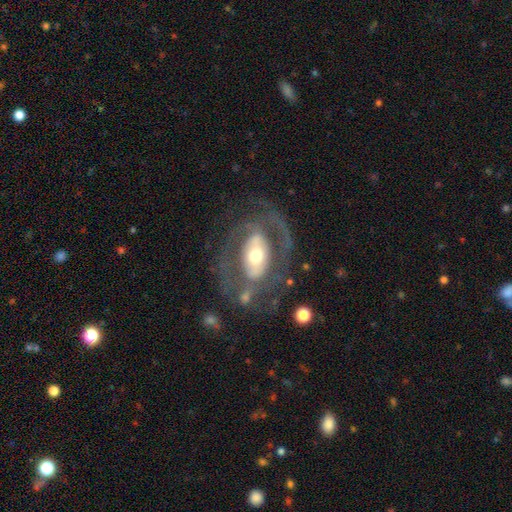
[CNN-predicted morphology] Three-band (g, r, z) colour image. It shows a featured or disk galaxy (76%) with no bar (37%), spiral arms (62%) and a moderate central bulge (63%). Merging: none (61%).